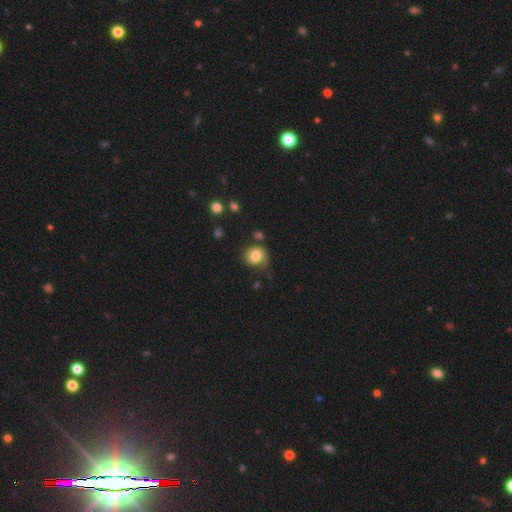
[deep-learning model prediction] A smooth galaxy with no disk features (78%) that is round (81%). Merging: none (61%).